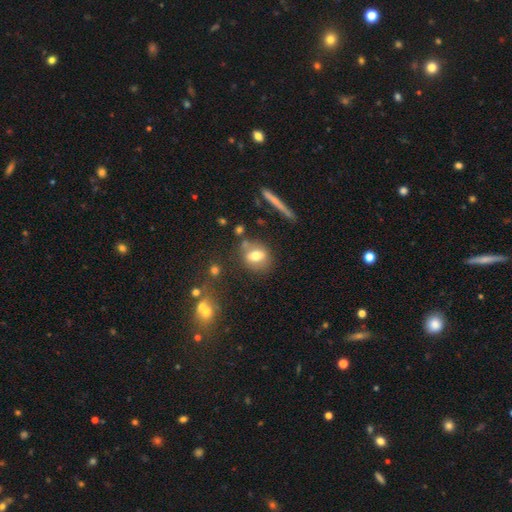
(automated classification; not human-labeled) This is likely a smooth galaxy (66%). How rounded: possibly in between (53%). Merging: likely none (70%).